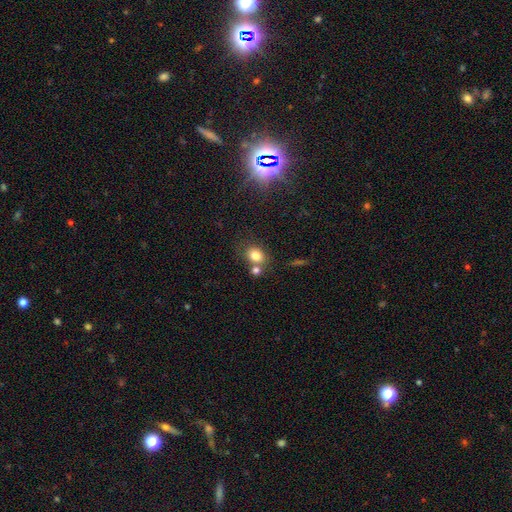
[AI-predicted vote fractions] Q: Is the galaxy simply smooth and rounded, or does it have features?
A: smooth — 79%.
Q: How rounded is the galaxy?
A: round — 56%.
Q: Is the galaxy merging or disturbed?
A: none — 55%.